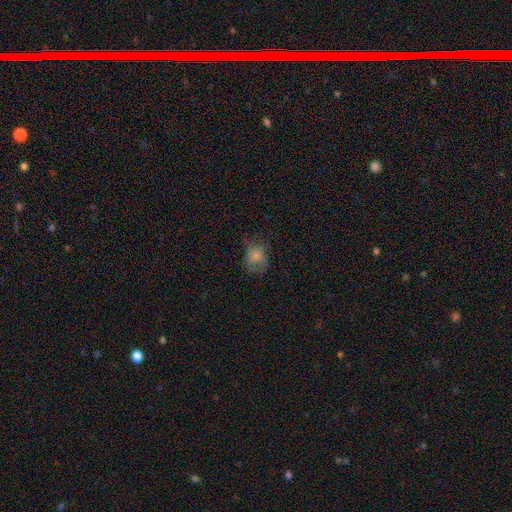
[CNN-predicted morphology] A smooth galaxy with no disk features (70%) that is in between round and cigar-shaped (53%). Merging: none (53%).